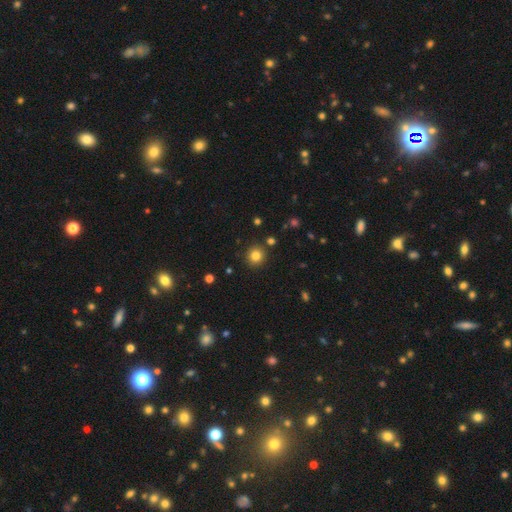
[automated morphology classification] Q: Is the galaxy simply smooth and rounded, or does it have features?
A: smooth — 82%.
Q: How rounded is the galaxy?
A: round — 91%.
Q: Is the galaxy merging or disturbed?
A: none — 88%.